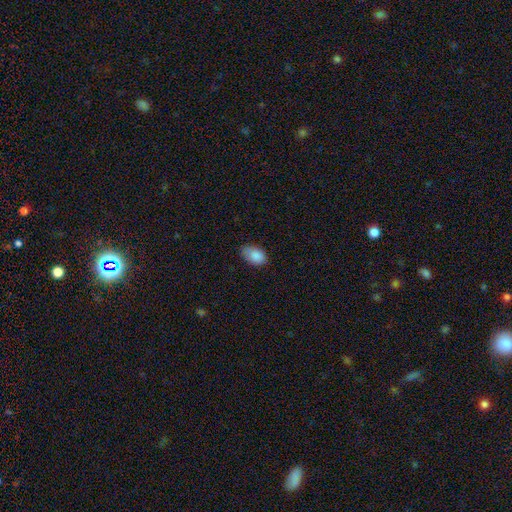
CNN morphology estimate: A smooth galaxy with no disk features (88%) that is in between round and cigar-shaped (91%). Merging: none (71%).